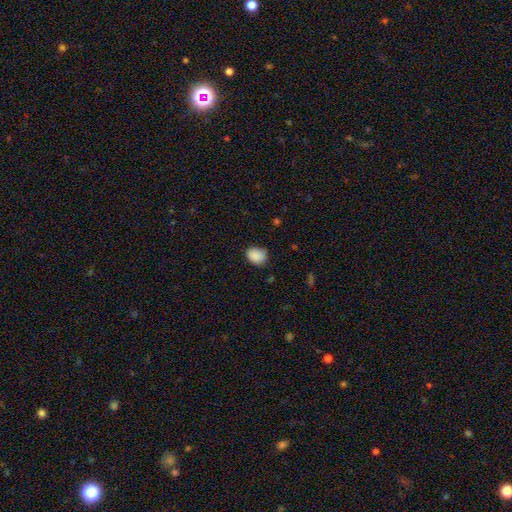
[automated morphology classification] A smooth galaxy with no disk features (88%) that is in between round and cigar-shaped (61%).

Vote fractions:
- Smooth or featured? smooth: 88% / star or artifact: 8% / featured or disk: 3%
- How rounded? in between: 61% / round: 38% / cigar-shaped: 1%
- Merging? none: 74% / minor disturbance: 21% / major disturbance: 4% / merger: 1%